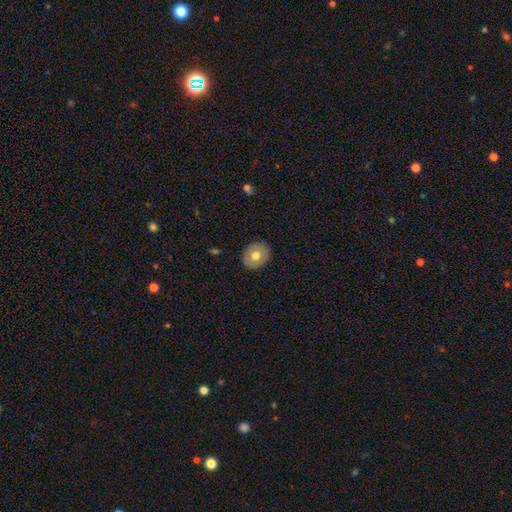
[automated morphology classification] Smooth or featured: smooth — 73% (featured or disk — 19%)
How rounded: round — 60% (in between — 39%)
Merging: none — 89% (minor disturbance — 8%)